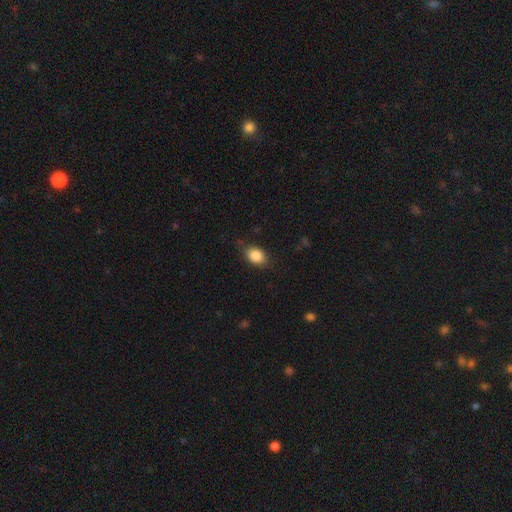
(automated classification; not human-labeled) Overall: smooth (86%). How rounded: in between (78%). Merging: none (80%).